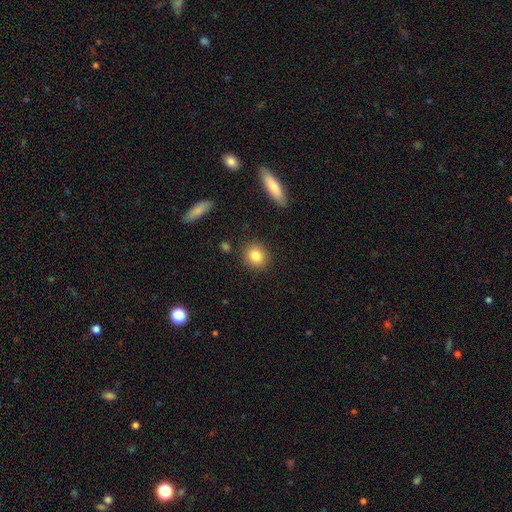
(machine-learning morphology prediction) This appears to be a smooth galaxy with no disk features (83%) that is round (85%). Merging: none (88%).